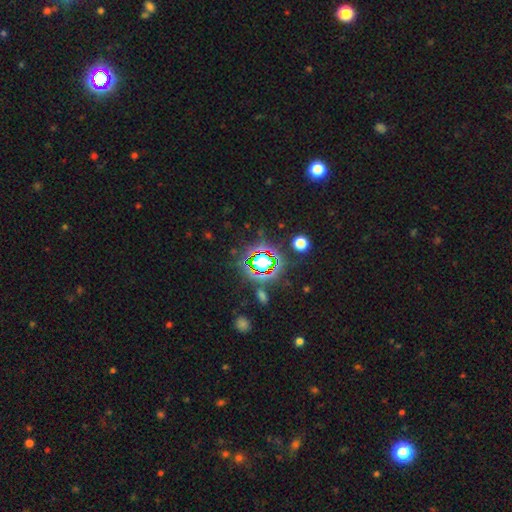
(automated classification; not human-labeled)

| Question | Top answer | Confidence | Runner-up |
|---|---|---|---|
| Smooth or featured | star or artifact | 81% | smooth (11%) |